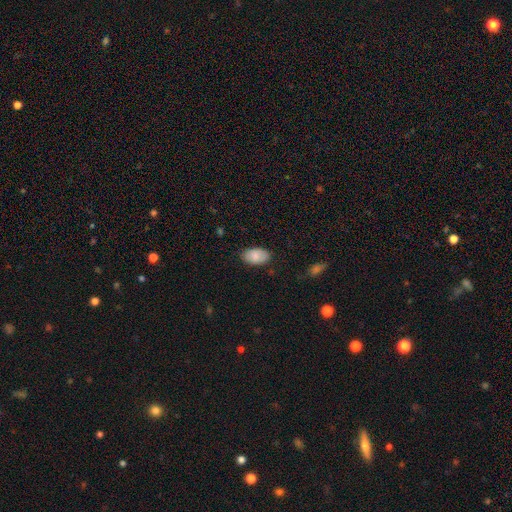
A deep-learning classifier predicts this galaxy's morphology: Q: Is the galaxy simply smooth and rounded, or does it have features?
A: smooth — 84%.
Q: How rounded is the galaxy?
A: in between — 93%.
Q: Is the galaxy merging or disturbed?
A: none — 83%.